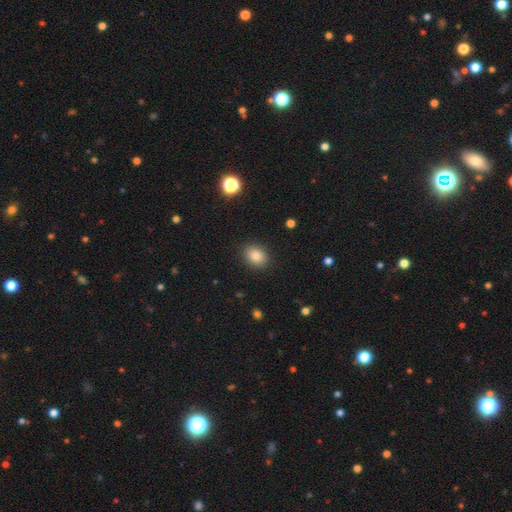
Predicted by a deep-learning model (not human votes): Smooth or featured?
  - smooth: 85% *
  - star or artifact: 10%
  - featured or disk: 5%
How rounded?
  - in between: 55% *
  - round: 44%
  - cigar-shaped: 1%
Merging?
  - none: 88% *
  - minor disturbance: 8%
  - major disturbance: 3%
  - merger: 1%